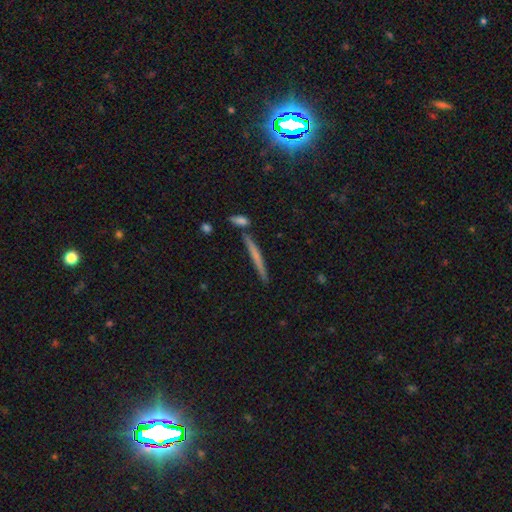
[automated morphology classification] The model was most divided on "smooth or featured": smooth: 51%, featured or disk: 42%, star or artifact: 8%. More confident: how rounded — cigar-shaped (95%); merging — none (81%).